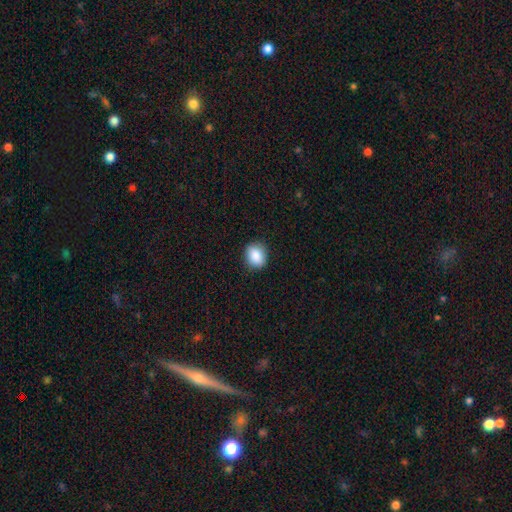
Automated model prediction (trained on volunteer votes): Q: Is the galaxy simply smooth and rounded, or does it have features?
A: smooth — 88%.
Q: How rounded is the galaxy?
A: round — 56%.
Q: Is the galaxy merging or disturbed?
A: none — 86%.